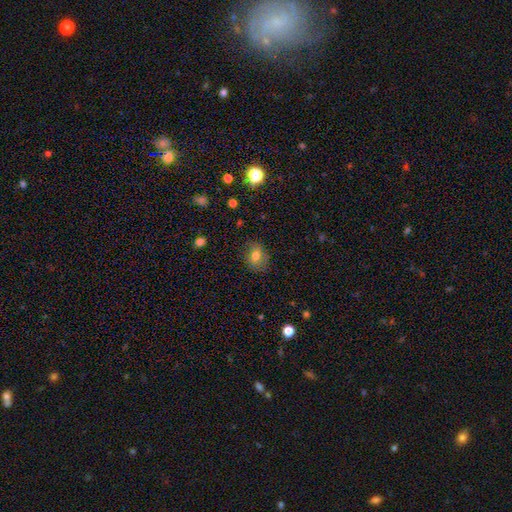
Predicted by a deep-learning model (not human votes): Q: Smooth or featured?
A: smooth (74%); runner-up: featured or disk (14%)
Q: How rounded?
A: in between (52%); runner-up: round (47%)
Q: Merging?
A: none (81%); runner-up: minor disturbance (14%)